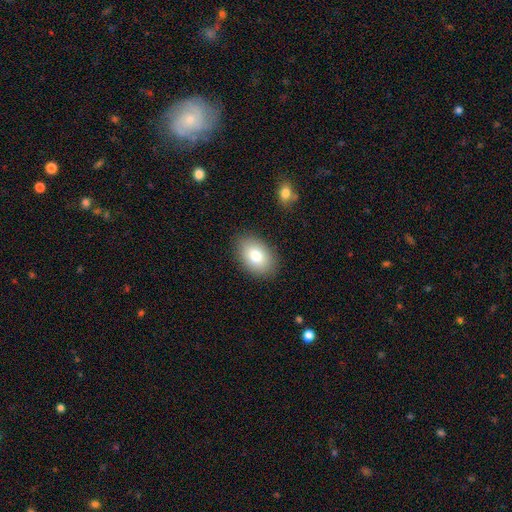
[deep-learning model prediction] Morphology: type=smooth (81%); roundness=in between (85%); merging=none (87%).